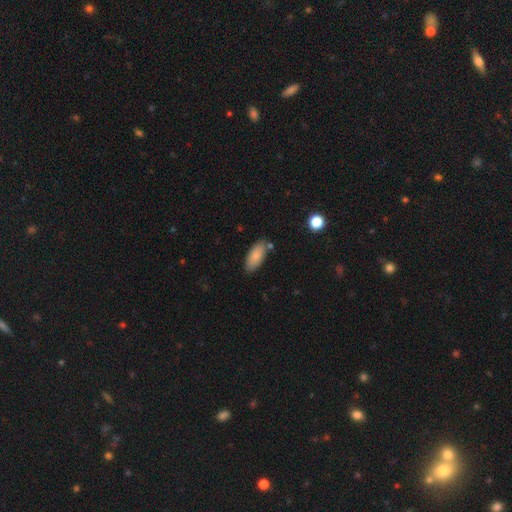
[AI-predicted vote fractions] smooth-or-featured: smooth: 84% | featured or disk: 9% | star or artifact: 7%
  how-rounded: in between: 86% | cigar-shaped: 12% | round: 2%
  merging: none: 78% | minor disturbance: 14% | merger: 5% | major disturbance: 3%